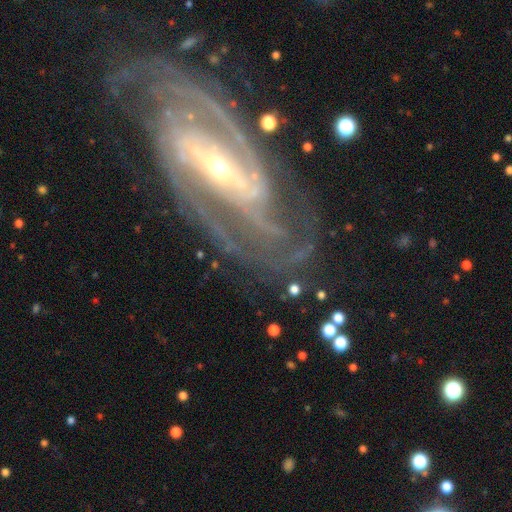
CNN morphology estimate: A featured or disk galaxy (91%) with a strong bar (53%), 2 (42%) tight (51%) spiral arms (98%) and a small central bulge (65%). Merging: none (71%).